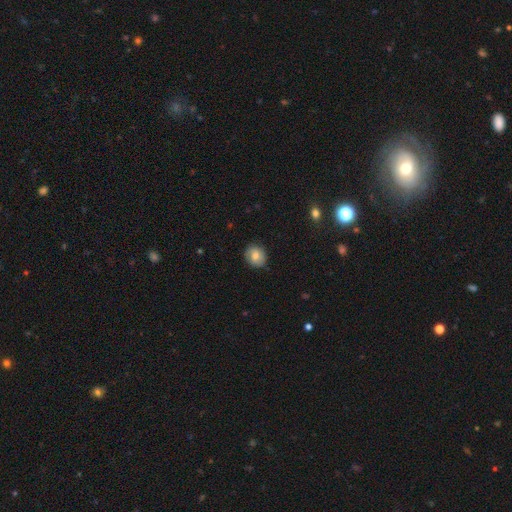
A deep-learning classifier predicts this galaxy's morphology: Smooth or featured?
  - smooth: 71% *
  - featured or disk: 20%
  - star or artifact: 9%
How rounded?
  - round: 76% *
  - in between: 23%
  - cigar-shaped: 1%
Merging?
  - none: 84% *
  - minor disturbance: 13%
  - major disturbance: 3%
  - merger: 1%